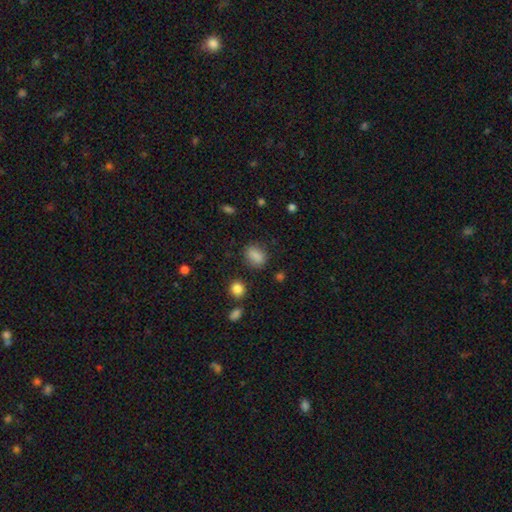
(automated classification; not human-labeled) smooth_or_featured: smooth (p=0.84) [alt: star or artifact p=0.10]
how_rounded: in between (p=0.70) [alt: round p=0.26]
merging: none (p=0.80) [alt: minor disturbance p=0.13]